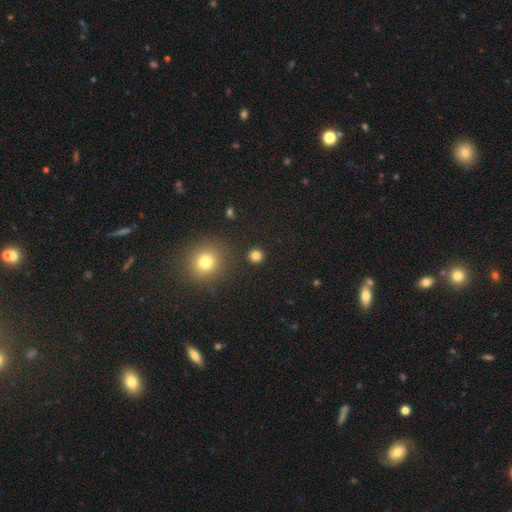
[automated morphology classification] This appears to be a smooth galaxy with no disk features (81%) that is round (93%). Merging: none (91%).